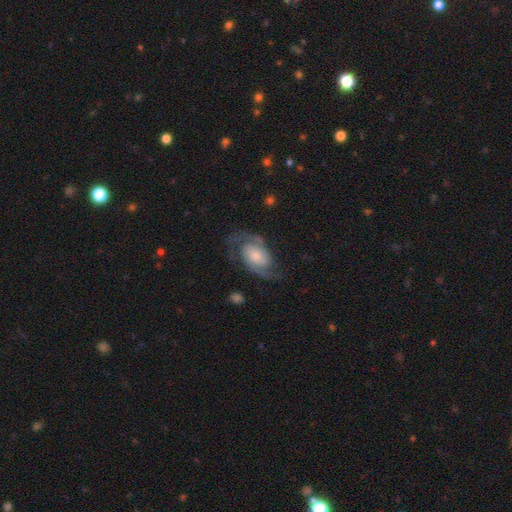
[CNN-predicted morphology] Q: Smooth or featured?
A: featured or disk (86%); runner-up: smooth (9%)
Q: Edge-on disk?
A: no (97%); runner-up: yes (3%)
Q: Bar?
A: no (61%); runner-up: weak (30%)
Q: Spiral arms?
A: yes (97%); runner-up: no (3%)
Q: Spiral winding?
A: medium (53%); runner-up: tight (27%)
Q: Spiral arm count?
A: 2 (91%); runner-up: can't tell (3%)
Q: Bulge size?
A: small (36%); runner-up: moderate (35%)
Q: Merging?
A: none (70%); runner-up: minor disturbance (17%)